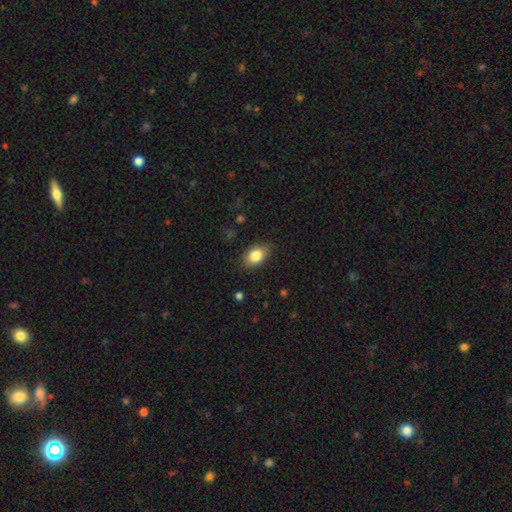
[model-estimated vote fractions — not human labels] smooth 83%, featured or disk 9%, star or artifact 8%. Down the decision tree: how rounded — in between (82%); merging — none (82%).